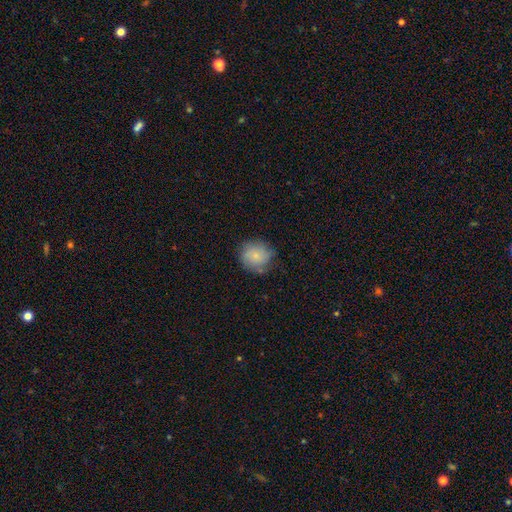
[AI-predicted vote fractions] Overall: smooth (76%). How rounded: round (88%). Merging: none (72%).